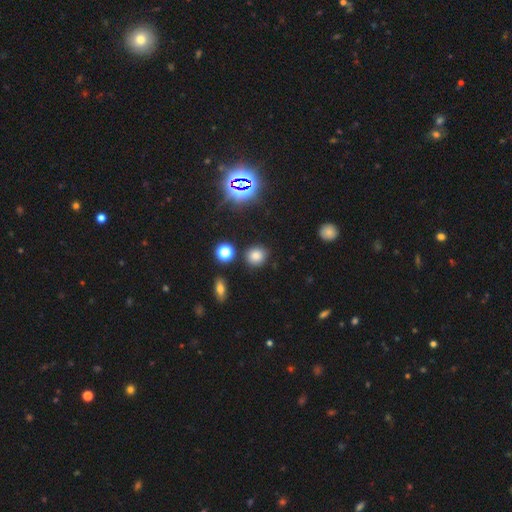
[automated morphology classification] smooth_or_featured: smooth (p=0.75) [alt: star or artifact p=0.19]
how_rounded: round (p=0.81) [alt: in between p=0.17]
merging: none (p=0.84) [alt: minor disturbance p=0.09]